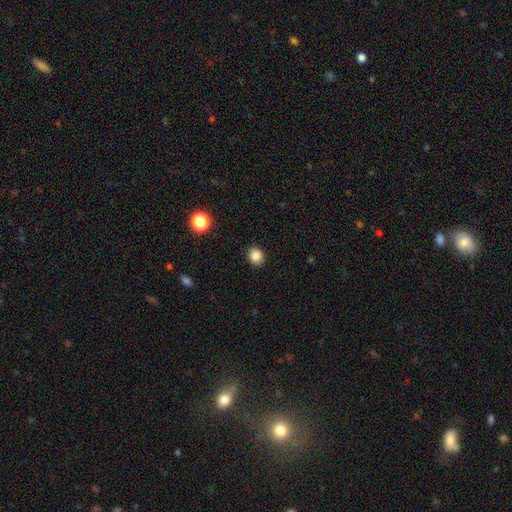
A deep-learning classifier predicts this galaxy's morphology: Q: Smooth or featured?
A: smooth (86%); runner-up: star or artifact (11%)
Q: How rounded?
A: round (65%); runner-up: in between (34%)
Q: Merging?
A: none (90%); runner-up: minor disturbance (7%)